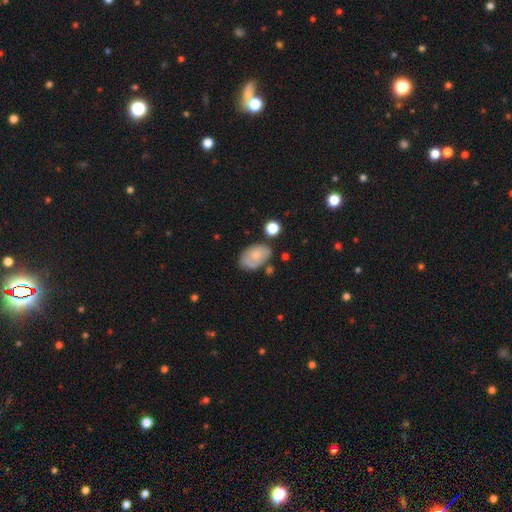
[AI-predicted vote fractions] smooth 63%, featured or disk 29%, star or artifact 7%. Down the decision tree: how rounded — in between (87%); merging — none (59%).